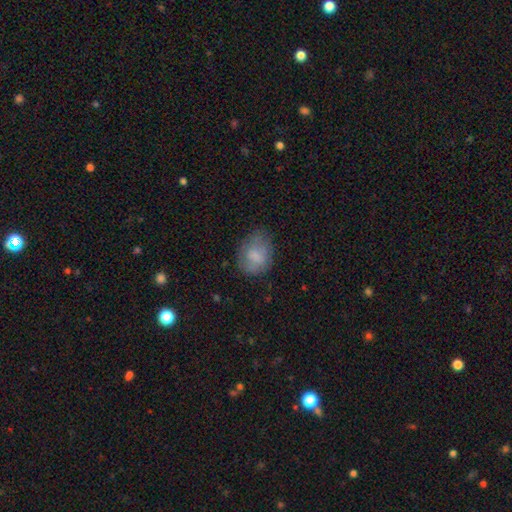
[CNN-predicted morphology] Q: Smooth or featured?
A: smooth (73%); runner-up: featured or disk (19%)
Q: How rounded?
A: in between (59%); runner-up: round (39%)
Q: Merging?
A: none (59%); runner-up: minor disturbance (28%)